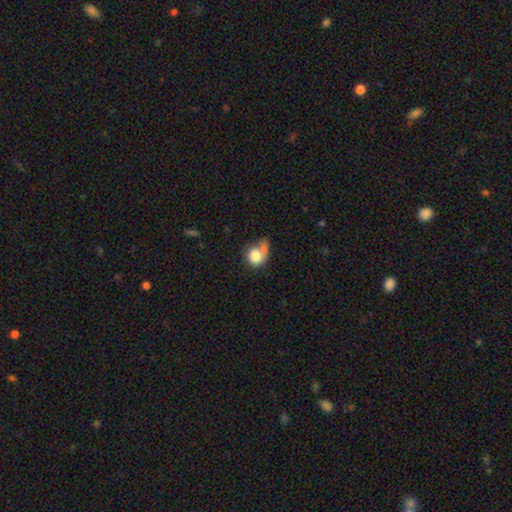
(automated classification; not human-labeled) Smooth or featured? Predicted: smooth (p=0.79). How rounded? Predicted: round (p=0.72). Merging? Predicted: merger (p=0.31).